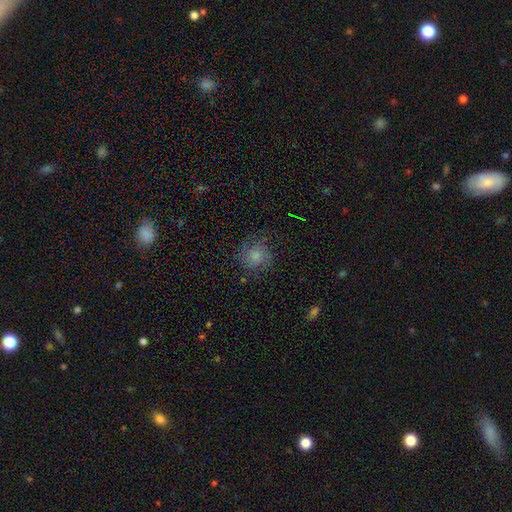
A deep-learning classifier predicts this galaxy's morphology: Smooth or featured? smooth (64%)
How rounded? round (87%)
Merging? none (70%)